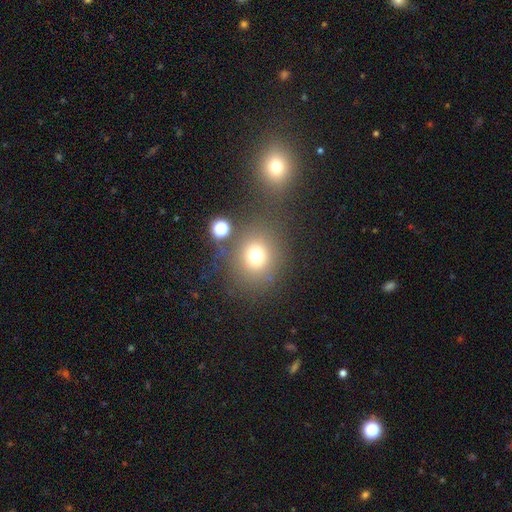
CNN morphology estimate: smooth_or_featured: smooth (p=0.72) [alt: star or artifact p=0.18]
how_rounded: round (p=0.83) [alt: in between p=0.16]
merging: none (p=0.73) [alt: minor disturbance p=0.11]